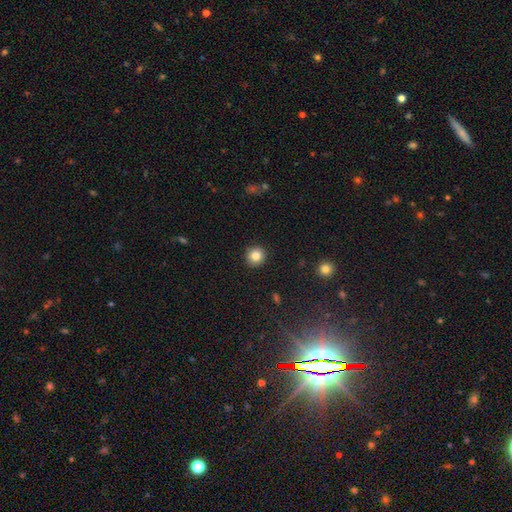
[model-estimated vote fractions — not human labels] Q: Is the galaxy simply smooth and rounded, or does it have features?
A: smooth — 84%.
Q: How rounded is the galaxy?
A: round — 91%.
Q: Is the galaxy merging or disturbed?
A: none — 91%.